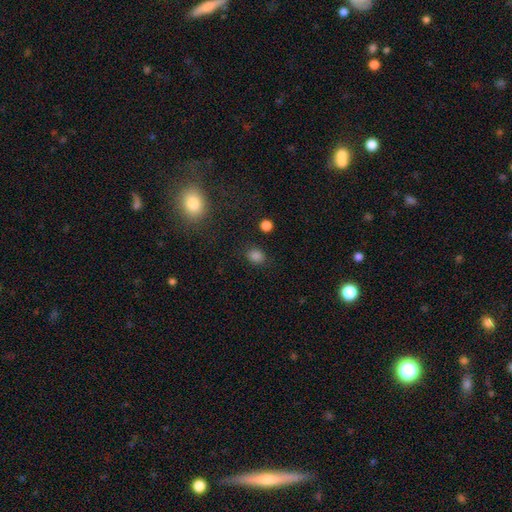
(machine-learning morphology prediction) smooth-or-featured: smooth: 81% | star or artifact: 16% | featured or disk: 4%
  how-rounded: round: 53% | in between: 46% | cigar-shaped: 1%
  merging: none: 84% | minor disturbance: 11% | major disturbance: 3% | merger: 2%